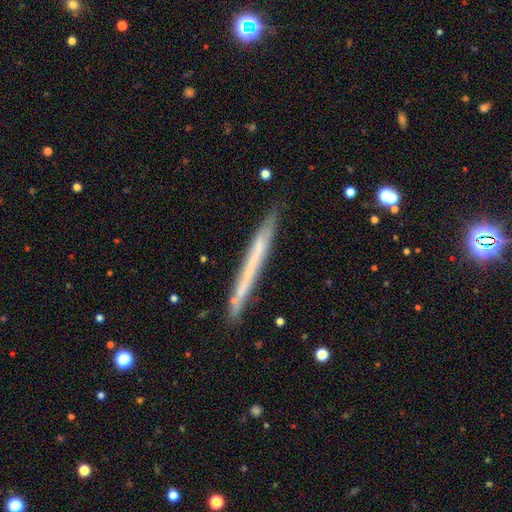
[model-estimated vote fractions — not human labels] Smooth or featured? Predicted: featured or disk (p=0.50). Merging? Predicted: none (p=0.84).